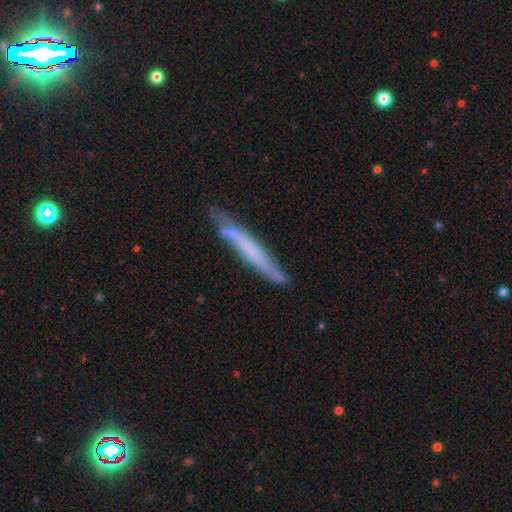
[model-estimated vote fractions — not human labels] Smooth or featured?
  - smooth: 49% *
  - featured or disk: 45%
  - star or artifact: 6%
Merging?
  - none: 66% *
  - minor disturbance: 21%
  - merger: 7%
  - major disturbance: 5%